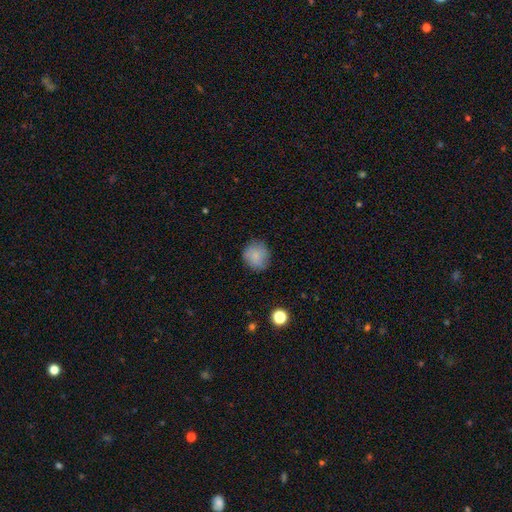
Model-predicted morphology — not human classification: smooth_or_featured: smooth (p=0.83) [alt: star or artifact p=0.09]
how_rounded: round (p=0.86) [alt: in between p=0.13]
merging: none (p=0.80) [alt: minor disturbance p=0.15]